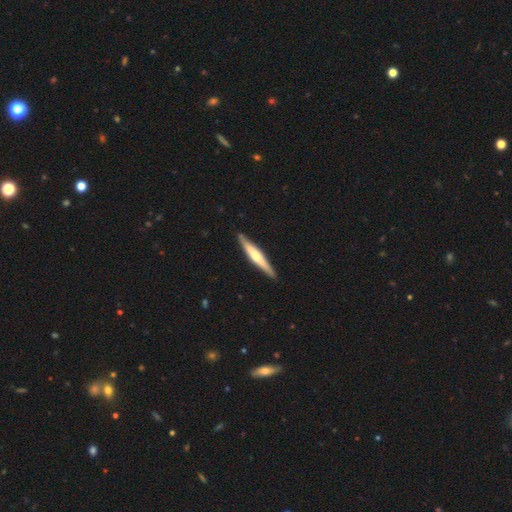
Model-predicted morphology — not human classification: Smooth or featured? featured or disk (58%)
Edge-on disk? yes (97%)
Edge-on bulge? rounded (74%)
Merging? none (91%)